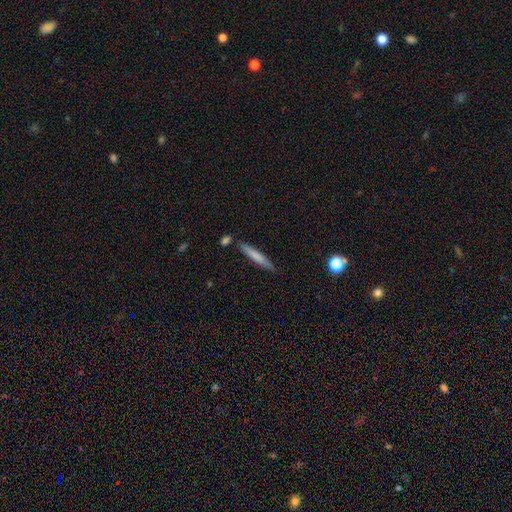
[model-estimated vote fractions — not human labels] The model was most divided on "smooth or featured": smooth: 70%, featured or disk: 24%, star or artifact: 6%. More confident: how rounded — cigar-shaped (94%); merging — none (82%).